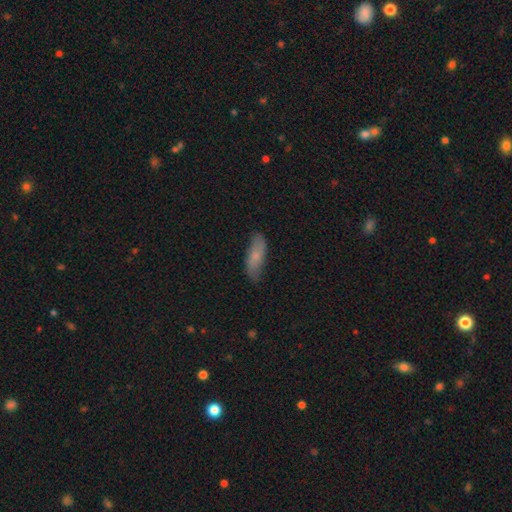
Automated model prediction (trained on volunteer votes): smooth_or_featured: smooth (p=0.69) [alt: featured or disk p=0.24]
how_rounded: in between (p=0.65) [alt: cigar-shaped p=0.33]
merging: none (p=0.75) [alt: minor disturbance p=0.20]